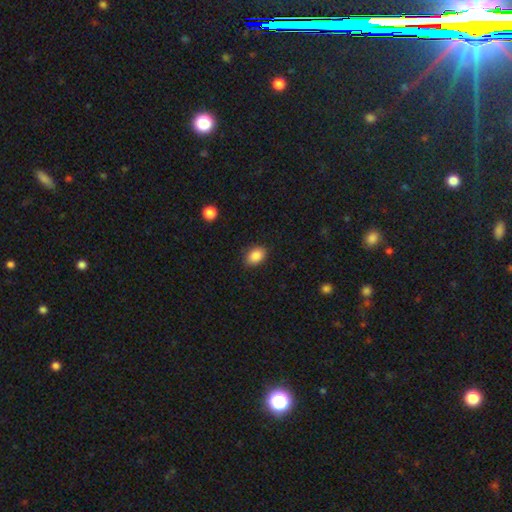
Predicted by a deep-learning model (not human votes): Morphology: type=smooth (88%); roundness=in between (73%); merging=none (86%).